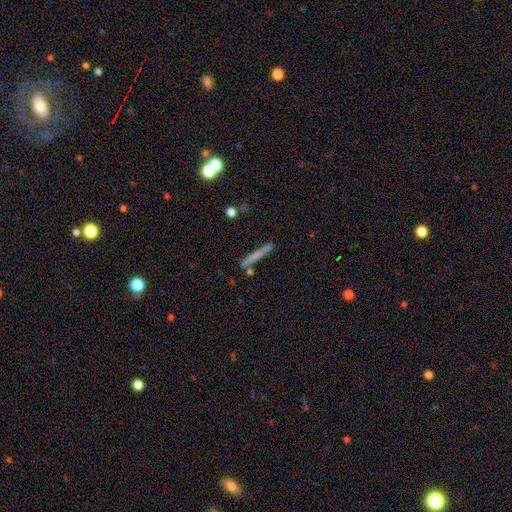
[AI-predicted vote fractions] A smooth galaxy with no disk features (59%) that is cigar-shaped (95%).

Vote fractions:
- Smooth or featured? smooth: 59% / featured or disk: 33% / star or artifact: 8%
- How rounded? cigar-shaped: 95% / in between: 3% / round: 2%
- Merging? none: 82% / minor disturbance: 10% / merger: 5% / major disturbance: 3%